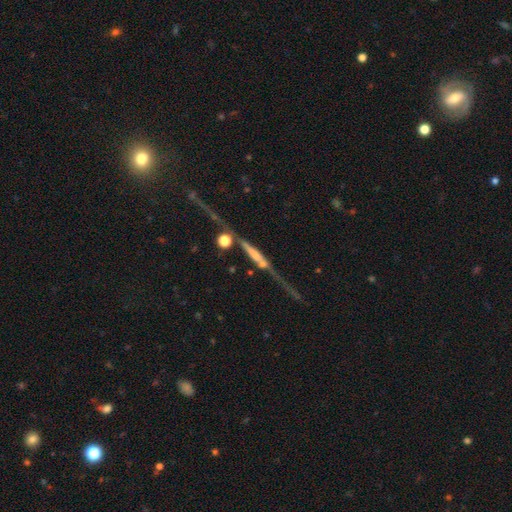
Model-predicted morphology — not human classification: Q: Smooth or featured?
A: featured or disk (70%); runner-up: smooth (20%)
Q: Edge-on disk?
A: yes (89%); runner-up: no (11%)
Q: Edge-on bulge?
A: rounded (42%); runner-up: boxy (29%)
Q: Merging?
A: none (56%); runner-up: minor disturbance (18%)